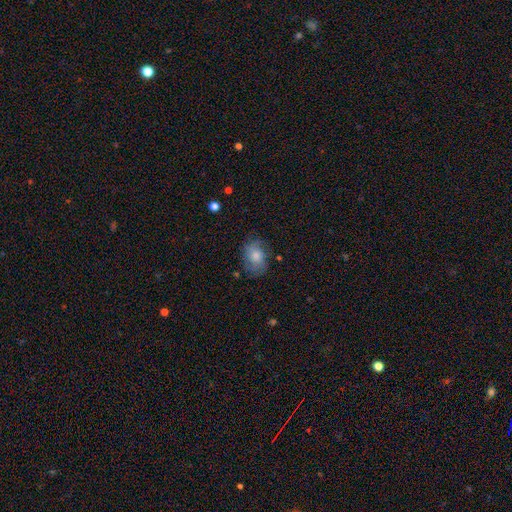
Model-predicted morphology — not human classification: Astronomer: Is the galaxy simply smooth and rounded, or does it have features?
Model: smooth — 61%.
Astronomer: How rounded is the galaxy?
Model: in between — 64%.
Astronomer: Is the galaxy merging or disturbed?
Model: none — 64%.